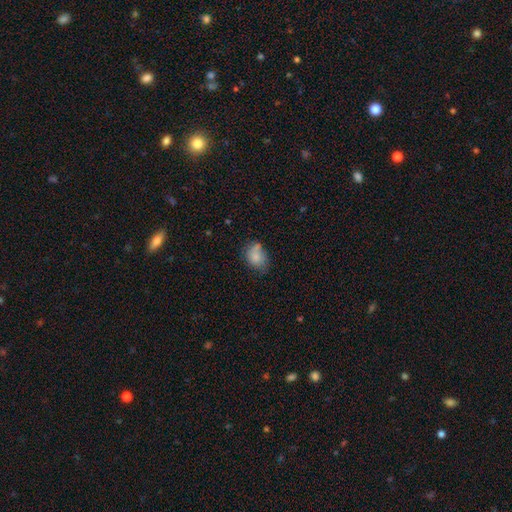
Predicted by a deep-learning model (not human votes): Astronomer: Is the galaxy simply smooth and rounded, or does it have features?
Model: smooth — 79%.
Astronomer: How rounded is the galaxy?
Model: in between — 67%.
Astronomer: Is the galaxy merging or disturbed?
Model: none — 49% (runner-up: minor disturbance, 28%).